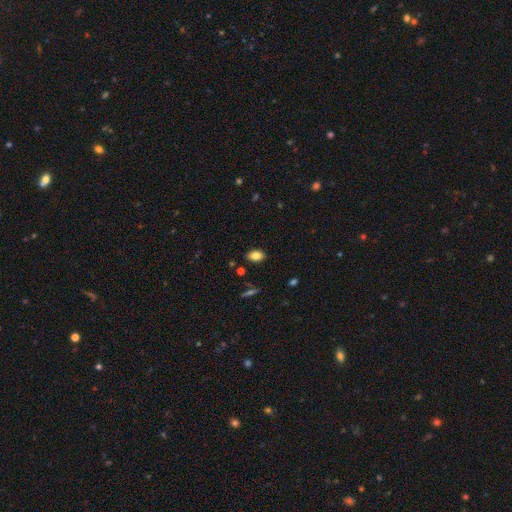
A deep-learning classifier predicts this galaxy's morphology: The model was most divided on "smooth or featured": smooth: 83%, star or artifact: 9%, featured or disk: 8%. More confident: how rounded — in between (88%); merging — none (87%).